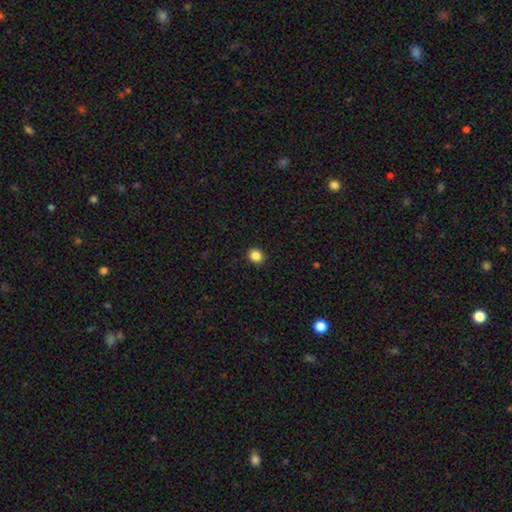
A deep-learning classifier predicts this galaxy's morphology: This is clearly a smooth galaxy (86%). How rounded: clearly round (81%). Merging: clearly none (91%).